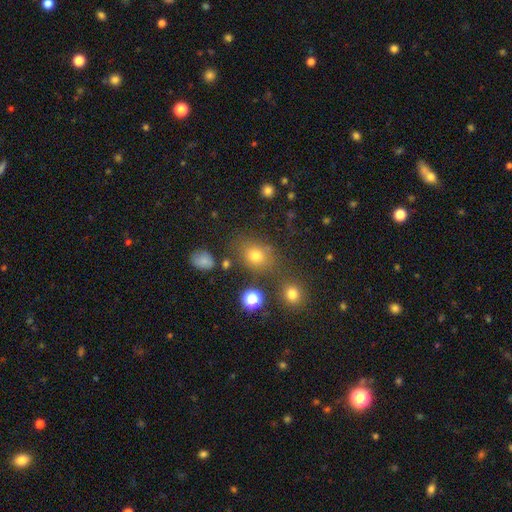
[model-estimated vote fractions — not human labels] A smooth galaxy with no disk features (72%) that is round (60%). Merging: none (69%).